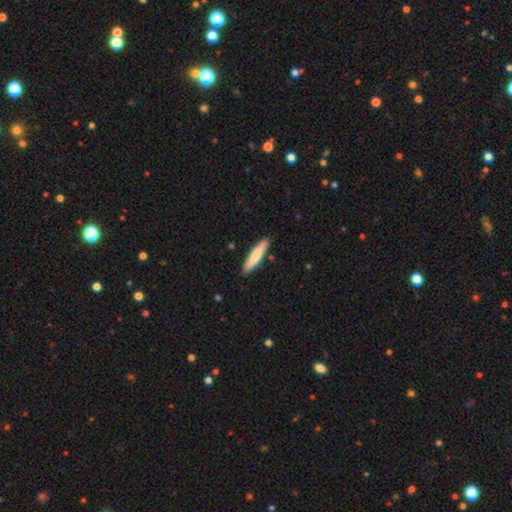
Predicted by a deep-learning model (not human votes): smooth_or_featured: smooth (p=0.78) [alt: featured or disk p=0.17]
how_rounded: cigar-shaped (p=0.82) [alt: in between p=0.17]
merging: none (p=0.89) [alt: minor disturbance p=0.08]